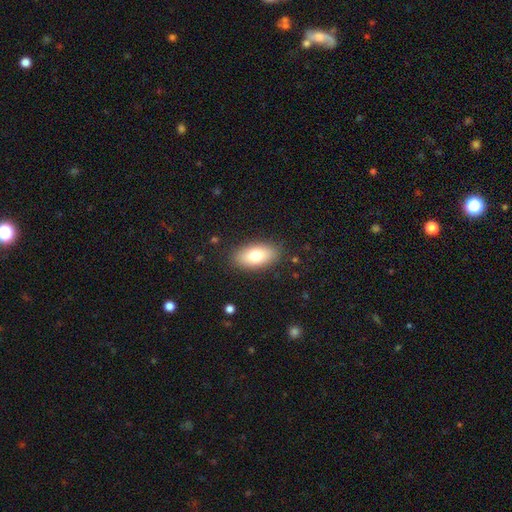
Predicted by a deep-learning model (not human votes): Smooth or featured?
  - smooth: 76% *
  - featured or disk: 16%
  - star or artifact: 7%
How rounded?
  - in between: 91% *
  - cigar-shaped: 4%
  - round: 4%
Merging?
  - none: 87% *
  - minor disturbance: 10%
  - major disturbance: 3%
  - merger: 1%